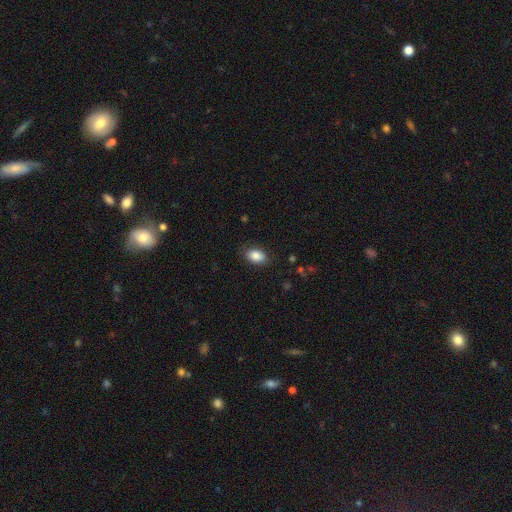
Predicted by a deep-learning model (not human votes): Smooth or featured?
  - smooth: 86% *
  - star or artifact: 8%
  - featured or disk: 6%
How rounded?
  - in between: 88% *
  - round: 10%
  - cigar-shaped: 1%
Merging?
  - none: 84% *
  - minor disturbance: 12%
  - major disturbance: 3%
  - merger: 1%